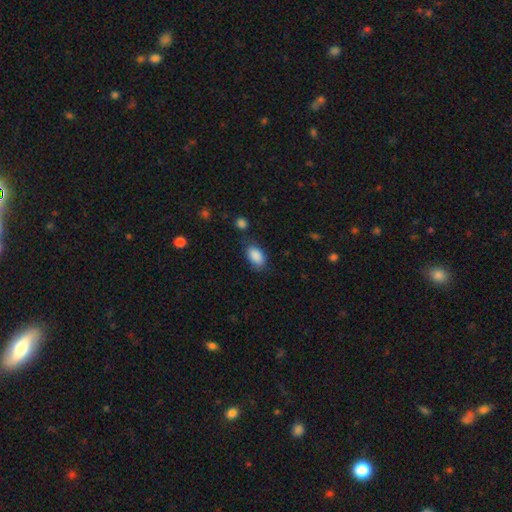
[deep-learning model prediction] Smooth or featured: smooth — 89% (star or artifact — 7%)
How rounded: in between — 92% (round — 6%)
Merging: none — 72% (minor disturbance — 19%)